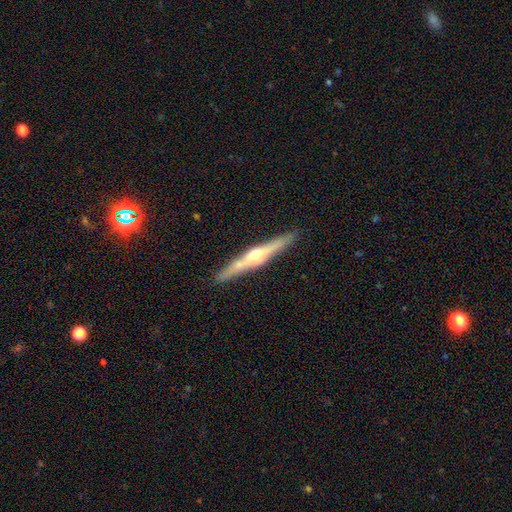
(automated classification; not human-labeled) Q: Smooth or featured?
A: featured or disk (76%); runner-up: smooth (19%)
Q: Edge-on disk?
A: yes (98%); runner-up: no (2%)
Q: Edge-on bulge?
A: rounded (90%); runner-up: boxy (6%)
Q: Merging?
A: none (89%); runner-up: minor disturbance (8%)